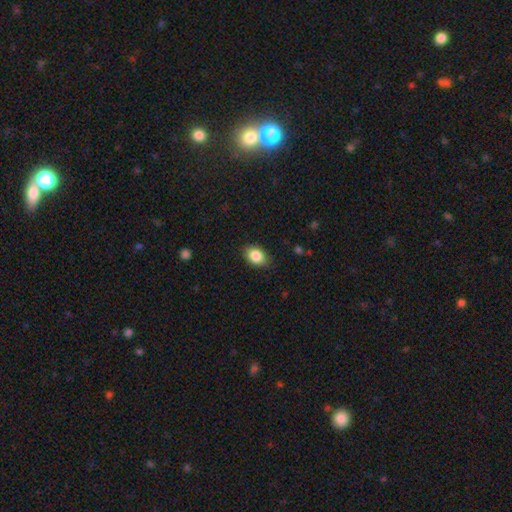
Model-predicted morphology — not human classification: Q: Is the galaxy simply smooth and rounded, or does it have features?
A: smooth — 86%.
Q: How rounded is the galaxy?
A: in between — 78%.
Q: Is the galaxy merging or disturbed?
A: none — 85%.